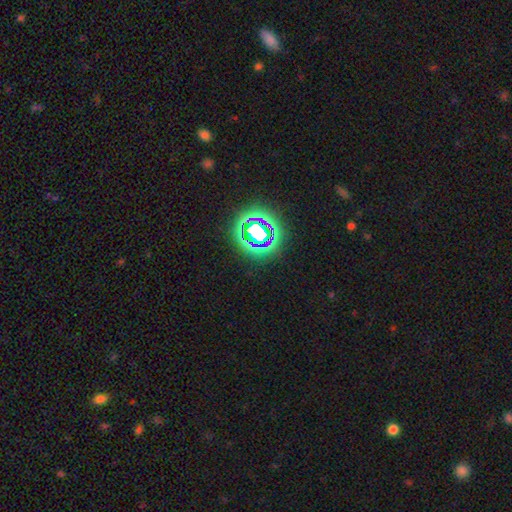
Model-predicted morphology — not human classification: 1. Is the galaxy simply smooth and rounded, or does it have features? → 75% star or artifact, 16% smooth, 9% featured or disk.